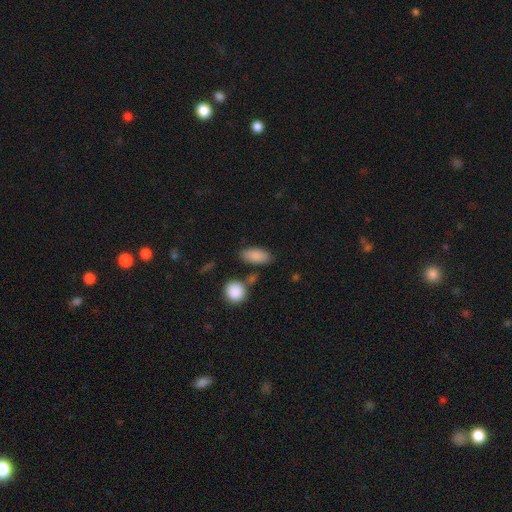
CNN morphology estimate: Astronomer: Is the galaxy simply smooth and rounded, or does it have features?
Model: smooth — 87%.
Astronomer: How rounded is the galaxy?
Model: in between — 87%.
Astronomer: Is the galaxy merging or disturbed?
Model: none — 76%.